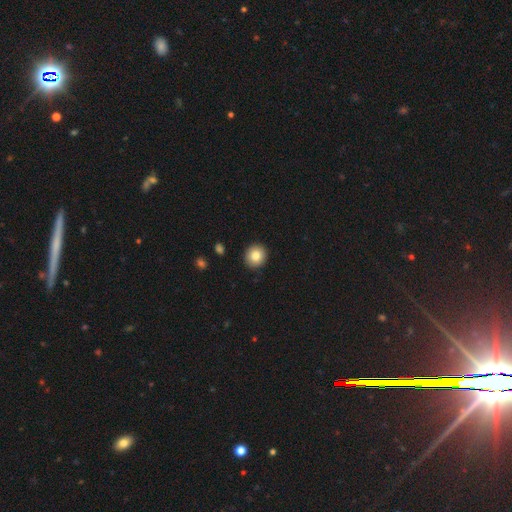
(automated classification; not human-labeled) smooth-or-featured: smooth: 83% | star or artifact: 8% | featured or disk: 8%
  how-rounded: round: 89% | in between: 10% | cigar-shaped: 1%
  merging: none: 92% | minor disturbance: 6% | major disturbance: 2% | merger: 1%